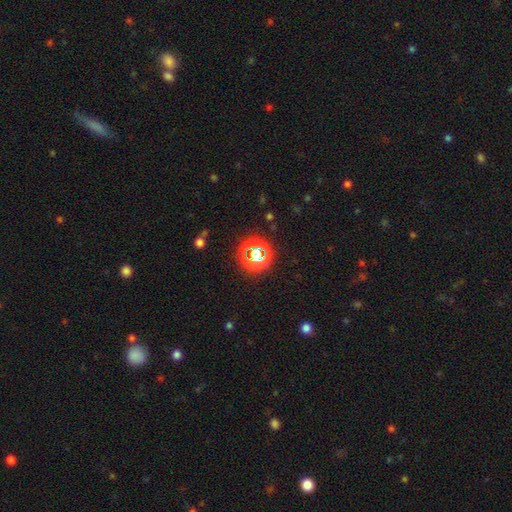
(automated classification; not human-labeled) Smooth or featured? Predicted: star or artifact (p=0.64).